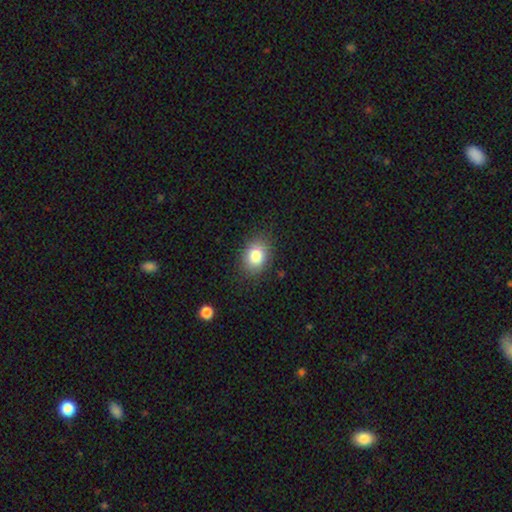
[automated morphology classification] A smooth galaxy with no disk features (82%) that is in between round and cigar-shaped (62%).

Vote fractions:
- Smooth or featured? smooth: 82% / star or artifact: 9% / featured or disk: 8%
- How rounded? in between: 62% / round: 37% / cigar-shaped: 1%
- Merging? none: 84% / minor disturbance: 12% / major disturbance: 3% / merger: 1%